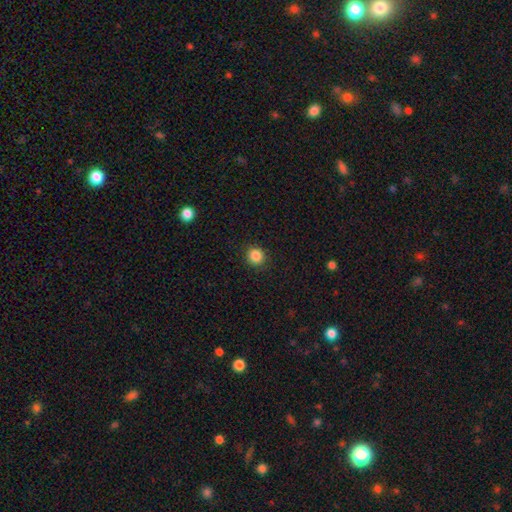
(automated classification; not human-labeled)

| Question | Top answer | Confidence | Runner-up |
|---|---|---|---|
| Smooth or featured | smooth | 86% | star or artifact (11%) |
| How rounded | round | 90% | in between (9%) |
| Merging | none | 91% | minor disturbance (6%) |